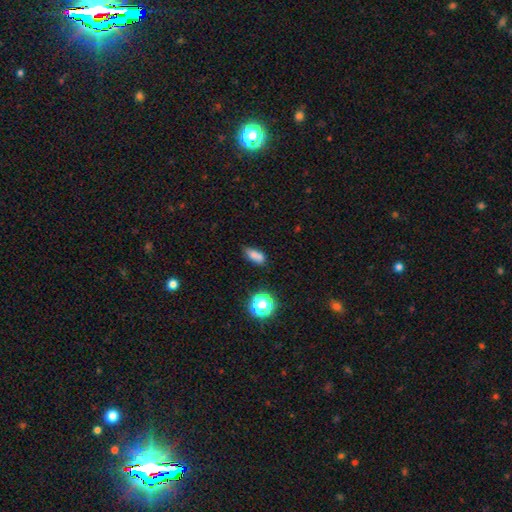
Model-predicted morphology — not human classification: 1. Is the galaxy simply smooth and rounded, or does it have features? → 73% smooth, 15% star or artifact, 12% featured or disk.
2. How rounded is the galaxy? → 71% in between, 16% cigar-shaped, 13% round.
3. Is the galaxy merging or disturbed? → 53% none, 20% merger, 20% minor disturbance, 7% major disturbance.